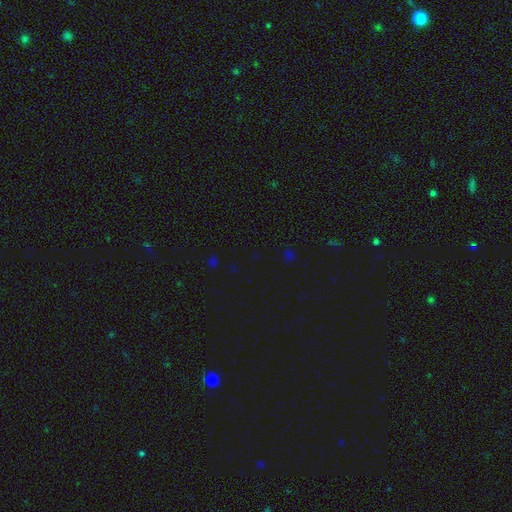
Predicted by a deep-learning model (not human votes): Smooth or featured? star or artifact (71%)